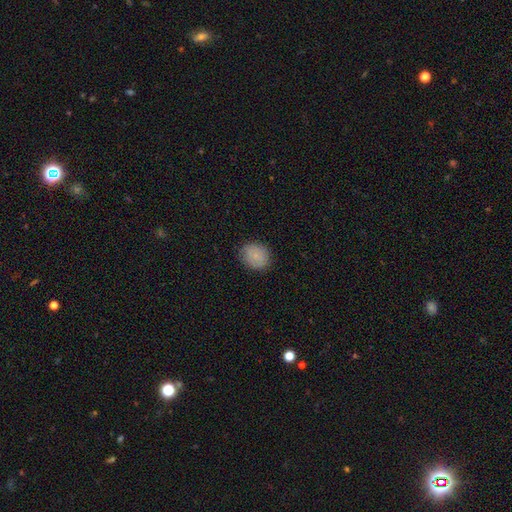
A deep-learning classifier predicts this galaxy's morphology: Smooth or featured? Predicted: smooth (p=0.77). How rounded? Predicted: round (p=0.66). Merging? Predicted: none (p=0.84).